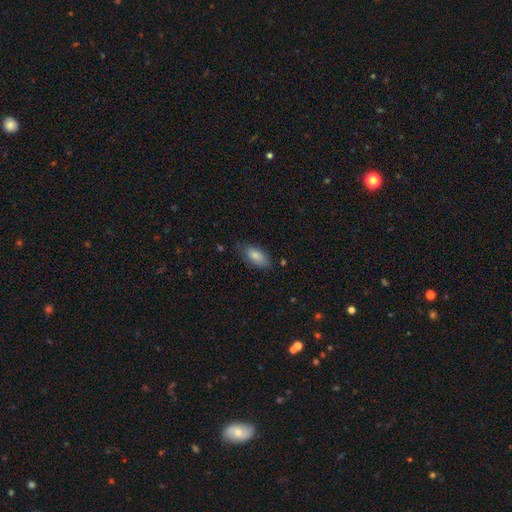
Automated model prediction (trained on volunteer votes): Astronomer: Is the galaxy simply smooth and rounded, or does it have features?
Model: smooth — 84%.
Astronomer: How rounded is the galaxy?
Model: in between — 90%.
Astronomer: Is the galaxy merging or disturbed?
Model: none — 74%.